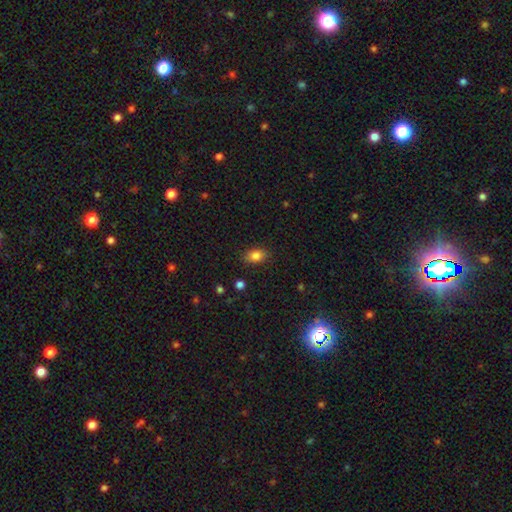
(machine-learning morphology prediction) type=smooth (83%); roundness=in between (83%); merging=none (86%).